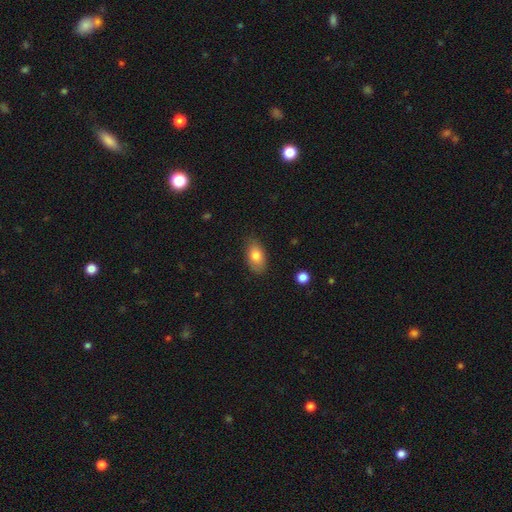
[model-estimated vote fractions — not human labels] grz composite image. It shows a smooth galaxy with no disk features (77%) that is in between round and cigar-shaped (90%). Merging: none (78%).